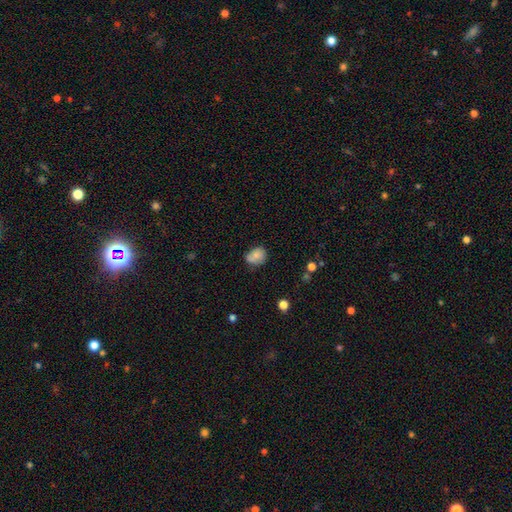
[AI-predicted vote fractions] Q: Smooth or featured?
A: smooth (71%); runner-up: featured or disk (19%)
Q: How rounded?
A: round (50%); runner-up: in between (49%)
Q: Merging?
A: none (52%); runner-up: minor disturbance (28%)